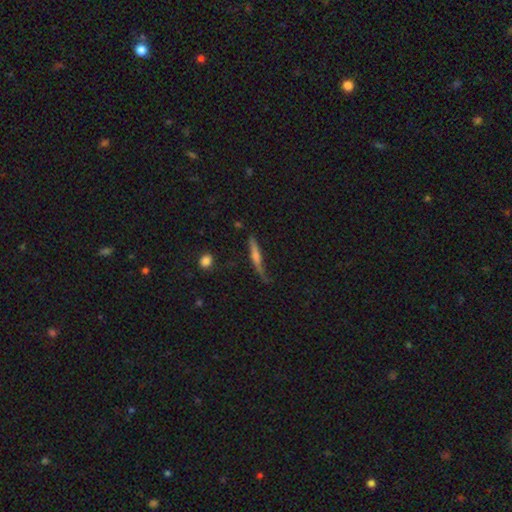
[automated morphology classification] Smooth or featured?
  - featured or disk: 49% *
  - smooth: 43%
  - star or artifact: 8%
Merging?
  - none: 58% *
  - minor disturbance: 27%
  - major disturbance: 11%
  - merger: 3%